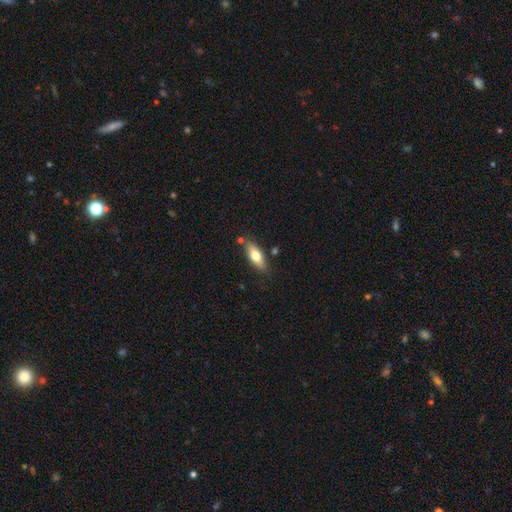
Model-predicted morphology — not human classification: Q: Smooth or featured?
A: smooth (65%); runner-up: featured or disk (29%)
Q: How rounded?
A: in between (63%); runner-up: cigar-shaped (34%)
Q: Merging?
A: none (77%); runner-up: minor disturbance (14%)